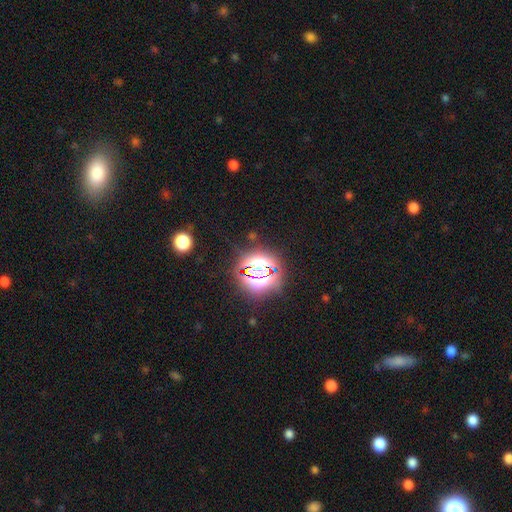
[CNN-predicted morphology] The model was most divided on "smooth or featured": star or artifact: 77%, smooth: 15%, featured or disk: 9%.